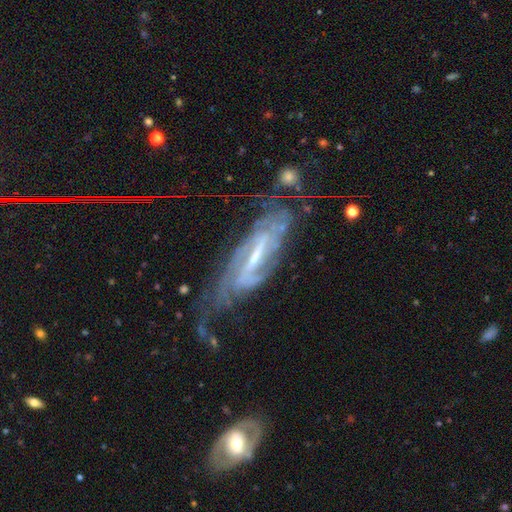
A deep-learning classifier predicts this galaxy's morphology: smooth-or-featured: featured or disk: 87% | smooth: 7% | star or artifact: 7%
  disk-edge-on: no: 83% | yes: 17%
    bar: strong: 55% | weak: 34% | no: 11%
    has-spiral-arms: yes: 95% | no: 5%
      spiral-winding: tight: 48% | medium: 38% | loose: 14%
      spiral-arm-count: 2: 46% | can't tell: 26% | 3: 12% | 4: 7% | 1: 5% | more than 4: 4%
    bulge-size: small: 54% | moderate: 32% | none: 9% | large: 3% | dominant: 1%
  merging: none: 57% | minor disturbance: 23% | major disturbance: 15% | merger: 4%